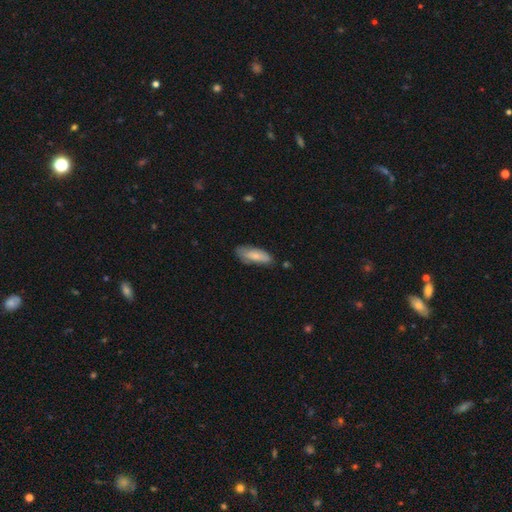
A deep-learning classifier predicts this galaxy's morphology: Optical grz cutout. It shows a smooth galaxy with no disk features (76%) that is in between round and cigar-shaped (67%). Merging: none (65%).